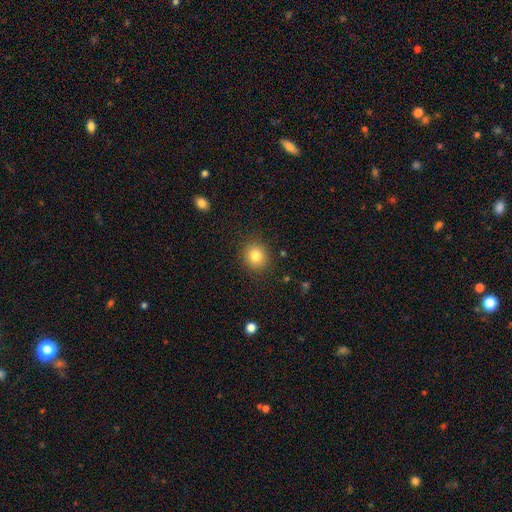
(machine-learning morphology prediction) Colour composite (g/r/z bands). It shows a smooth galaxy with no disk features (82%) that is round (83%). Merging: none (89%).